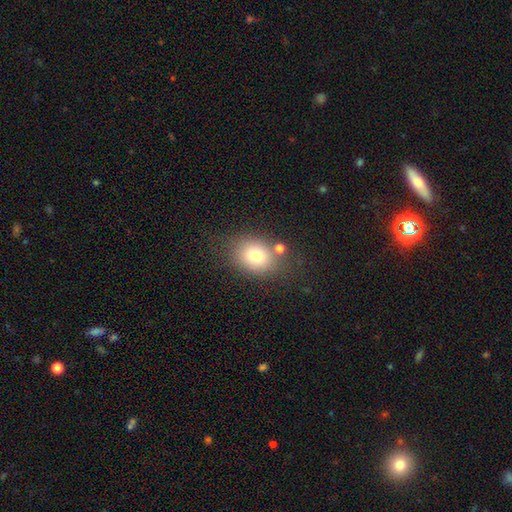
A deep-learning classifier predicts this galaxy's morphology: smooth 76%, featured or disk 12%, star or artifact 12%. Down the decision tree: how rounded — in between (52%); merging — none (71%).